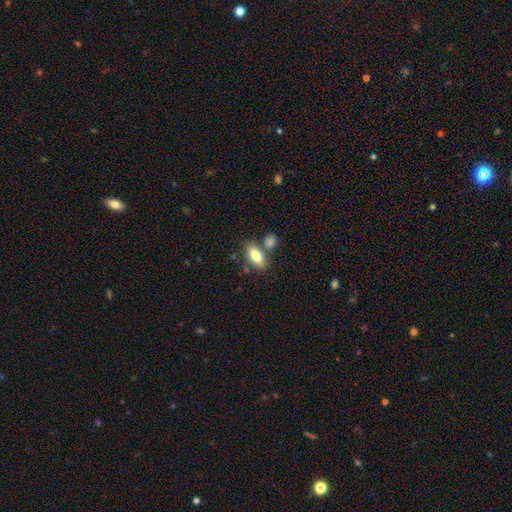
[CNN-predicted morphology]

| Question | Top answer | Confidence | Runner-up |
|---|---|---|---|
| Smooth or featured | smooth | 76% | featured or disk (18%) |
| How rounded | in between | 81% | cigar-shaped (14%) |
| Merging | none | 67% | merger (17%) |